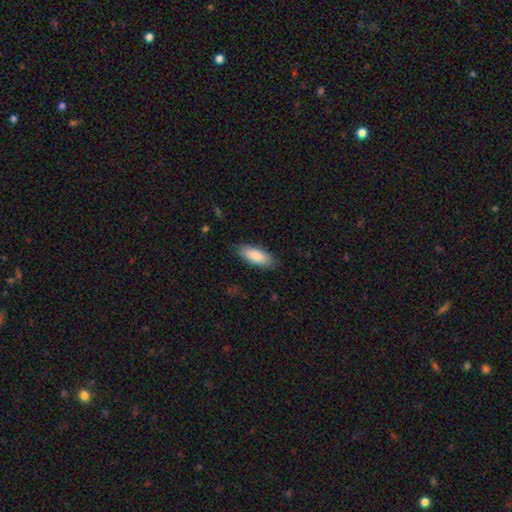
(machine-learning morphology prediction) type=smooth (86%); roundness=in between (76%); merging=none (84%).